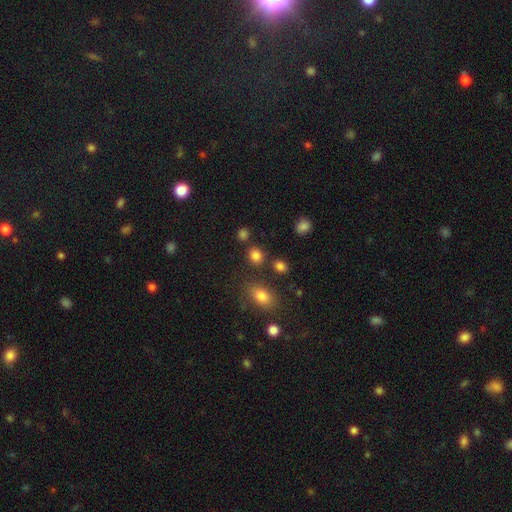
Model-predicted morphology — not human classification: Smooth or featured: smooth — 83% (star or artifact — 12%)
How rounded: round — 70% (in between — 28%)
Merging: none — 79% (minor disturbance — 9%)